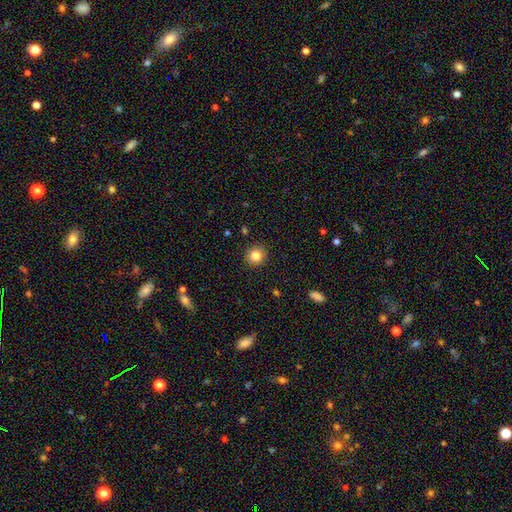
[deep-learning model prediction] This is clearly a smooth galaxy (85%). How rounded: clearly round (90%). Merging: clearly none (91%).